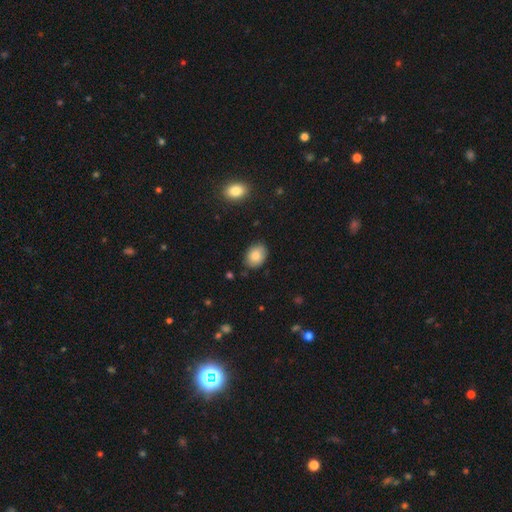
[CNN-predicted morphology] Q: Smooth or featured?
A: smooth (85%); runner-up: star or artifact (8%)
Q: How rounded?
A: in between (72%); runner-up: round (27%)
Q: Merging?
A: none (83%); runner-up: minor disturbance (13%)